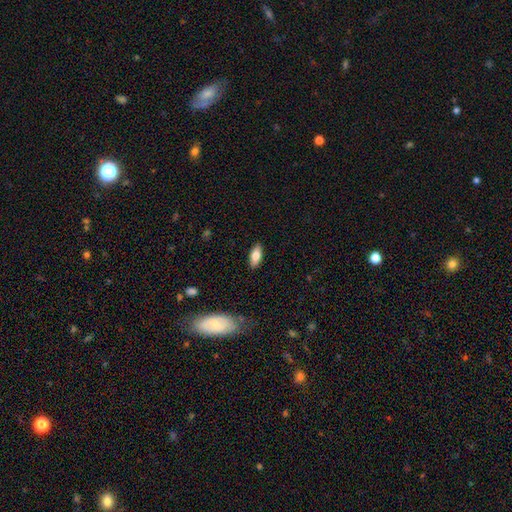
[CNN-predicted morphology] This is likely a smooth galaxy (77%). How rounded: clearly in between (81%). Merging: clearly none (87%).